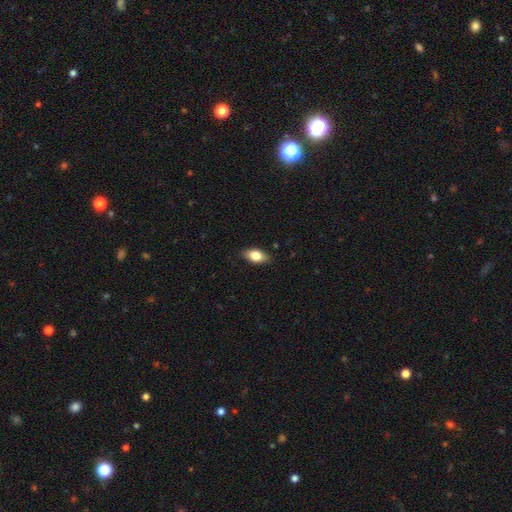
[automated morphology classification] Smooth or featured? Predicted: smooth (p=0.77). How rounded? Predicted: in between (p=0.87). Merging? Predicted: none (p=0.85).